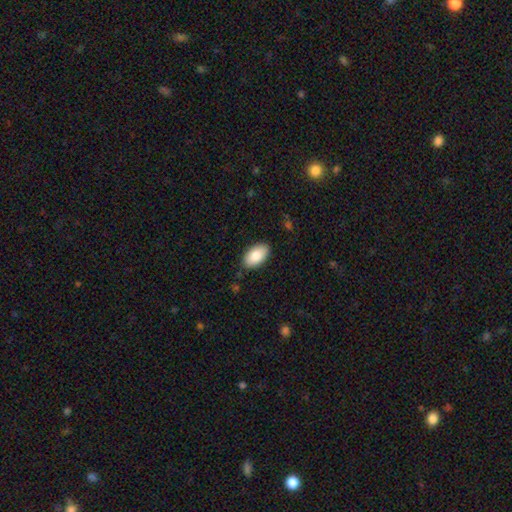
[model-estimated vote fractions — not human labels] Smooth or featured? smooth (86%)
How rounded? in between (95%)
Merging? none (87%)